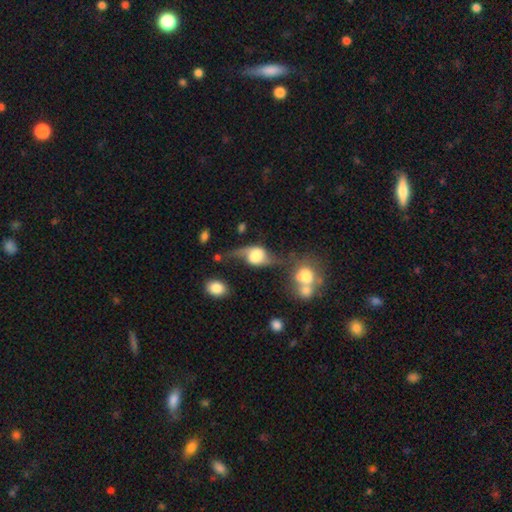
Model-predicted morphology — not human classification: smooth-or-featured: featured or disk: 66% | smooth: 25% | star or artifact: 8%
  disk-edge-on: no: 84% | yes: 16%
    bar: no: 59% | weak: 31% | strong: 10%
    has-spiral-arms: yes: 84% | no: 16%
    bulge-size: large: 50% | dominant: 20% | moderate: 19% | small: 6% | none: 4%
  merging: none: 37% | major disturbance: 23% | minor disturbance: 22% | merger: 18%